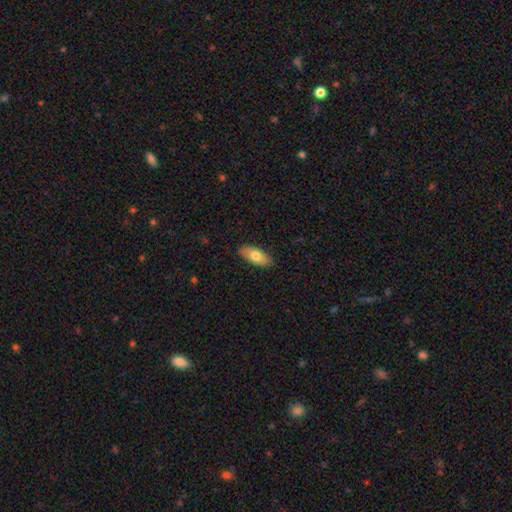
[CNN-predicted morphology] Overall: smooth (74%). How rounded: in between (90%). Merging: none (87%).